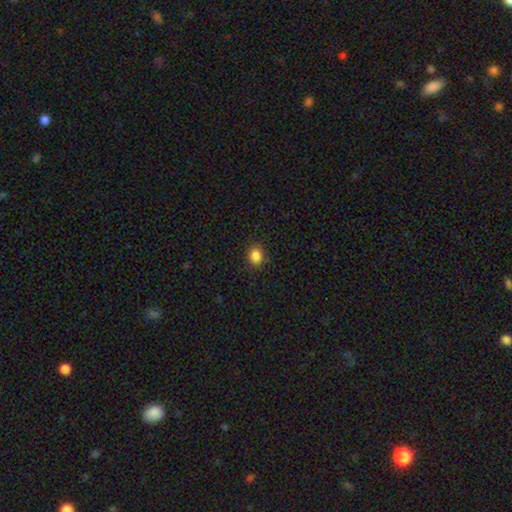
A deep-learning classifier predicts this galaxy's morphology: A smooth galaxy with no disk features (85%) that is round (56%).

Vote fractions:
- Smooth or featured? smooth: 85% / star or artifact: 11% / featured or disk: 4%
- How rounded? round: 56% / in between: 43% / cigar-shaped: 1%
- Merging? none: 85% / minor disturbance: 11% / major disturbance: 3% / merger: 1%